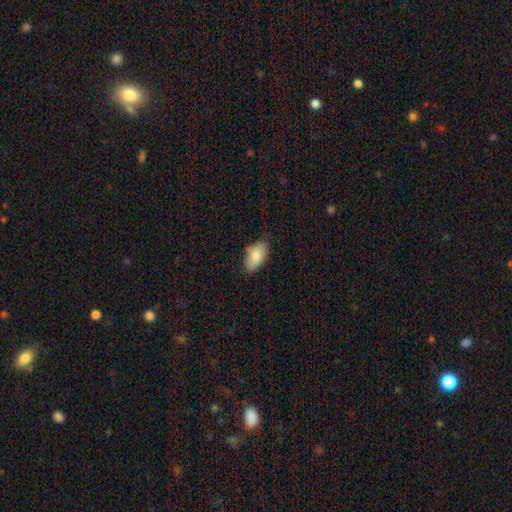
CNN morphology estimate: A smooth galaxy with no disk features (84%) that is in between round and cigar-shaped (94%).

Vote fractions:
- Smooth or featured? smooth: 84% / featured or disk: 10% / star or artifact: 6%
- How rounded? in between: 94% / round: 4% / cigar-shaped: 2%
- Merging? none: 73% / minor disturbance: 22% / major disturbance: 4% / merger: 1%